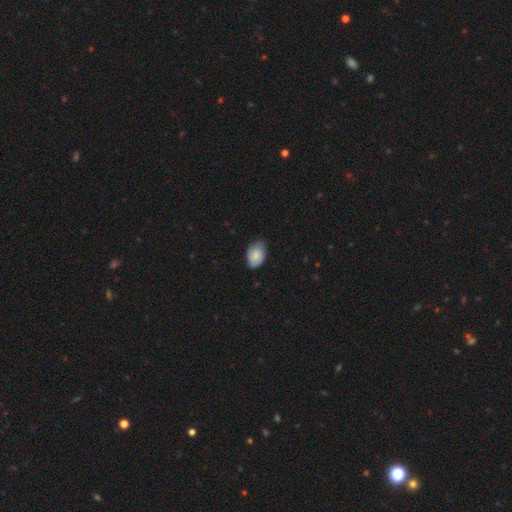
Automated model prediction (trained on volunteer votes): A smooth galaxy with no disk features (74%) that is in between round and cigar-shaped (83%).

Vote fractions:
- Smooth or featured? smooth: 74% / featured or disk: 19% / star or artifact: 7%
- How rounded? in between: 83% / round: 16% / cigar-shaped: 1%
- Merging? none: 66% / minor disturbance: 28% / major disturbance: 4% / merger: 1%